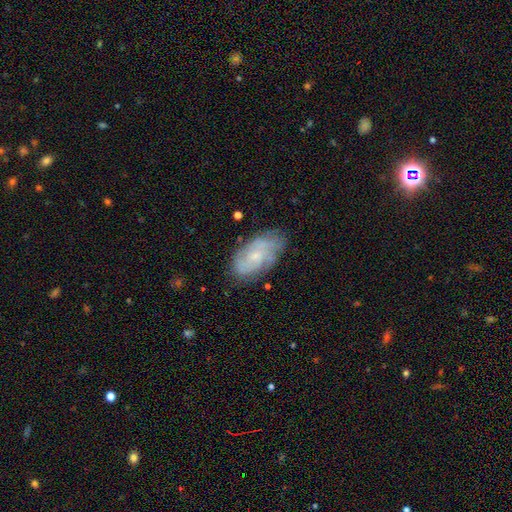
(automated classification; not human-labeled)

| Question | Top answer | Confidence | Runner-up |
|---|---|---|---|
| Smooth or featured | featured or disk | 65% | smooth (28%) |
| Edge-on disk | no | 95% | yes (5%) |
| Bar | no | 66% | weak (30%) |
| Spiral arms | yes | 85% | no (15%) |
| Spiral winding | tight | 51% | medium (36%) |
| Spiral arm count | can't tell | 43% | 2 (29%) |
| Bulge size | small | 66% | moderate (24%) |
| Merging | none | 70% | minor disturbance (22%) |